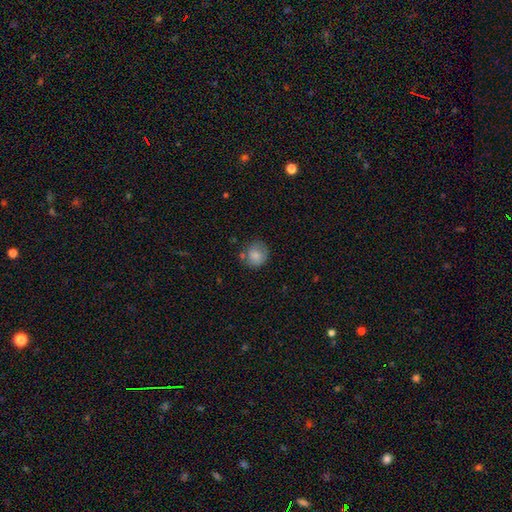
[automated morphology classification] This is clearly a smooth galaxy (82%). How rounded: clearly round (85%). Merging: likely none (69%).